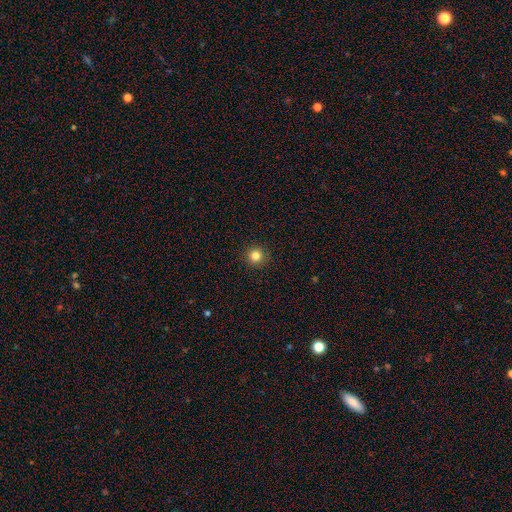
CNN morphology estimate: This appears to be a smooth galaxy with no disk features (83%) that is round (95%). Merging: none (92%).